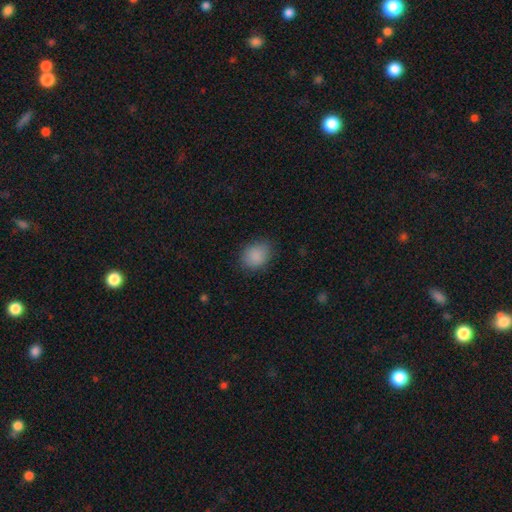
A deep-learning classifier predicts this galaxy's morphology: Smooth or featured: smooth — 88% (star or artifact — 9%)
How rounded: round — 51% (in between — 48%)
Merging: none — 82% (minor disturbance — 14%)